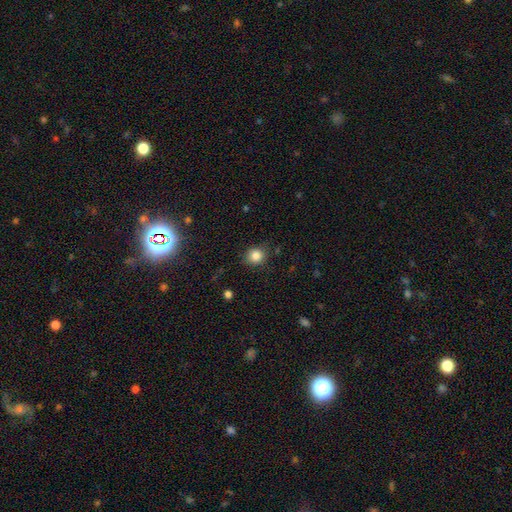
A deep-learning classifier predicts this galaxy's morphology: Smooth or featured? smooth (83%)
How rounded? round (81%)
Merging? none (83%)